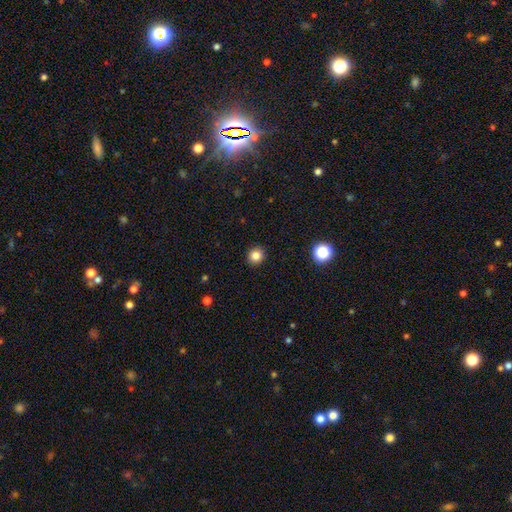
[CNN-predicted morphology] Smooth or featured? Predicted: smooth (p=0.83). How rounded? Predicted: round (p=0.88). Merging? Predicted: none (p=0.92).